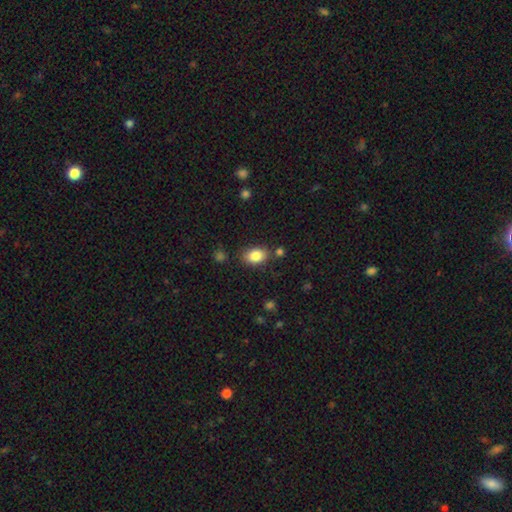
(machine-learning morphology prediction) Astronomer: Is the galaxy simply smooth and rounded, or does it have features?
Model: smooth — 84%.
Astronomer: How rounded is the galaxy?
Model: in between — 79%.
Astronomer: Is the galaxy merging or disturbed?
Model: none — 78%.